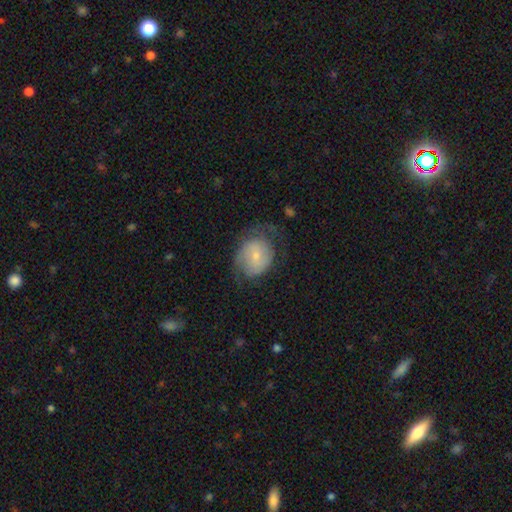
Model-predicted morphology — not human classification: A featured or disk galaxy (49%). Merging: none (53%).